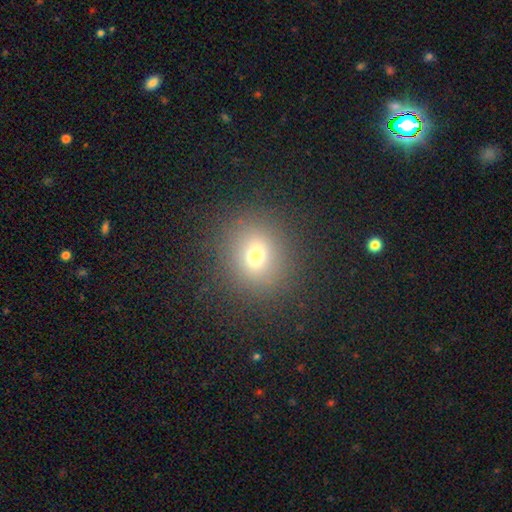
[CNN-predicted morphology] smooth 70%, star or artifact 18%, featured or disk 12%. Down the decision tree: how rounded — round (80%); merging — none (88%).